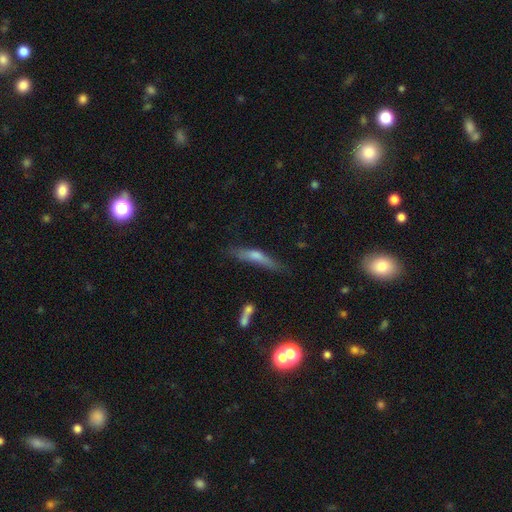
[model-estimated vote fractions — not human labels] Smooth or featured? Predicted: smooth (p=0.46). Merging? Predicted: none (p=0.61).